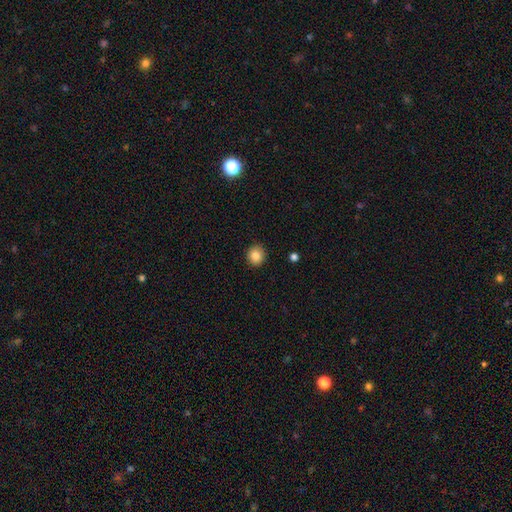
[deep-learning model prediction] Smooth or featured? Predicted: smooth (p=0.85). How rounded? Predicted: round (p=0.88). Merging? Predicted: none (p=0.91).